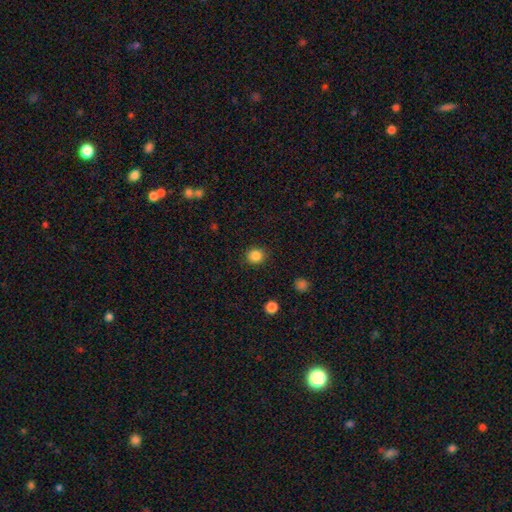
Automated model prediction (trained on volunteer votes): This appears to be a smooth galaxy with no disk features (85%) that is round (82%). Merging: none (89%).